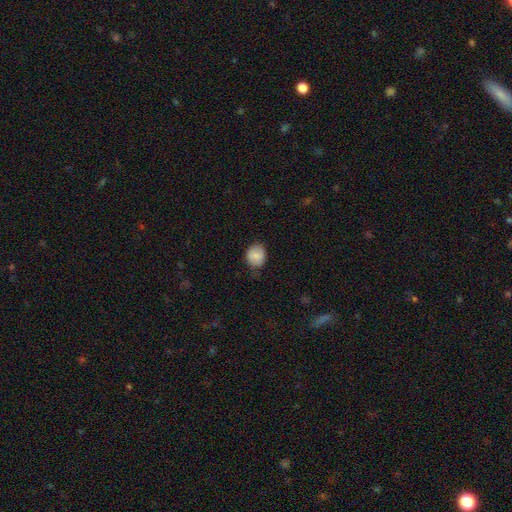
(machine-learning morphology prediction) smooth-or-featured: smooth: 84% | featured or disk: 8% | star or artifact: 8%
  how-rounded: round: 60% | in between: 39% | cigar-shaped: 1%
  merging: none: 70% | minor disturbance: 25% | major disturbance: 5% | merger: 1%